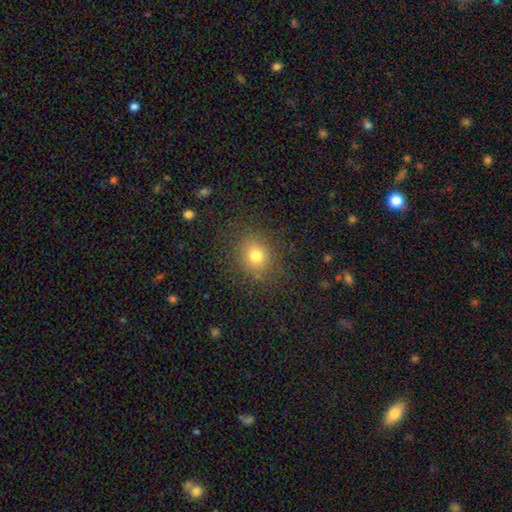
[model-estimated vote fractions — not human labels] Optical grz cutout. It shows a smooth galaxy with no disk features (74%) that is round (77%). Merging: none (83%).